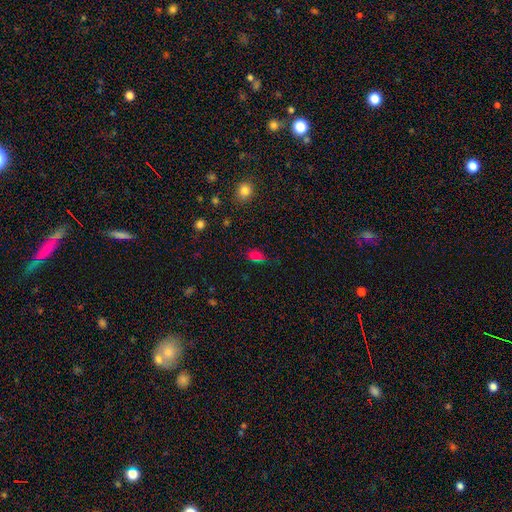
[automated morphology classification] A smooth galaxy with no disk features (76%) that is in between round and cigar-shaped (80%). Merging: none (76%).